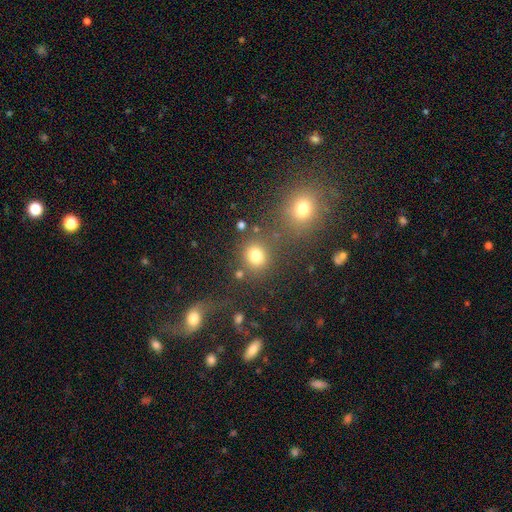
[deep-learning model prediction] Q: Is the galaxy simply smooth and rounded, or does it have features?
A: smooth — 77%.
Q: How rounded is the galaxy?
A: round — 81%.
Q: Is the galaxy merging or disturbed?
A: none — 71%.